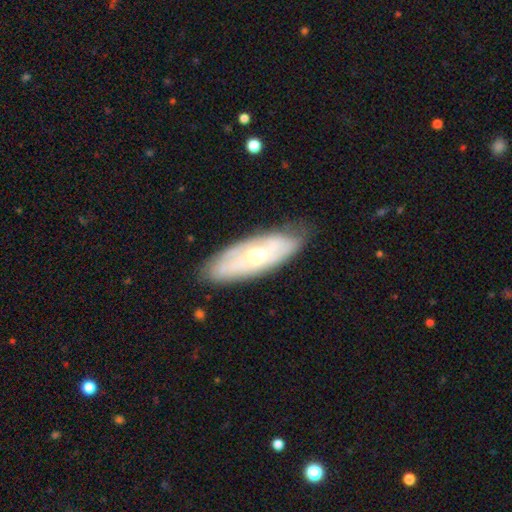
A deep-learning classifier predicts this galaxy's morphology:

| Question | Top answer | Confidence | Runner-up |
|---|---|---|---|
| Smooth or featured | featured or disk | 64% | smooth (30%) |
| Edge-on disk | no | 78% | yes (22%) |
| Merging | none | 78% | minor disturbance (17%) |